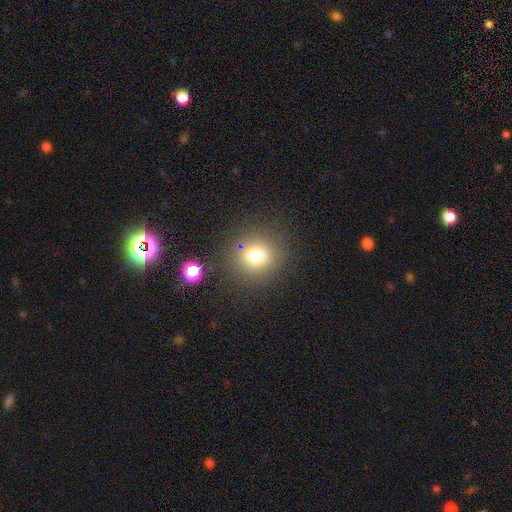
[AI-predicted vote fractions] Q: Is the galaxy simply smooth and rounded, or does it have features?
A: smooth — 77%.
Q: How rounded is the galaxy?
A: round — 75%.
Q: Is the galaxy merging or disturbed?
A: none — 81%.